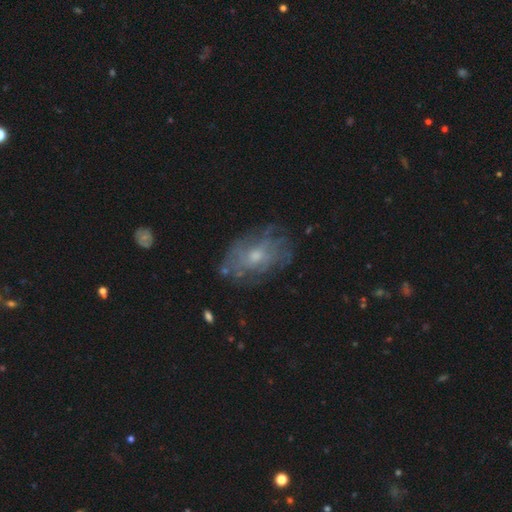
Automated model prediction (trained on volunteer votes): Smooth or featured: featured or disk — 64% (smooth — 26%)
Edge-on disk: no — 95% (yes — 5%)
Bar: no — 77% (weak — 20%)
Spiral arms: yes — 57% (no — 43%)
Bulge size: moderate — 48% (small — 45%)
Merging: none — 66% (minor disturbance — 21%)